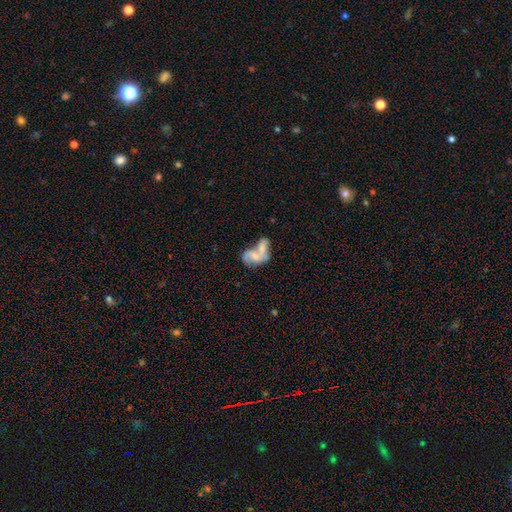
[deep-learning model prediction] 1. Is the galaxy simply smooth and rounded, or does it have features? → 53% featured or disk, 38% smooth, 9% star or artifact.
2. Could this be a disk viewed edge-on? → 96% no, 4% yes.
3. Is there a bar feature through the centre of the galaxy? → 65% no, 27% weak, 8% strong.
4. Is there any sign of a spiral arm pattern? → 62% yes, 38% no.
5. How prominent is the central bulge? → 34% none, 33% small, 26% moderate, 6% large, 2% dominant.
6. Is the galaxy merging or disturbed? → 66% merger, 15% none, 11% major disturbance, 8% minor disturbance.